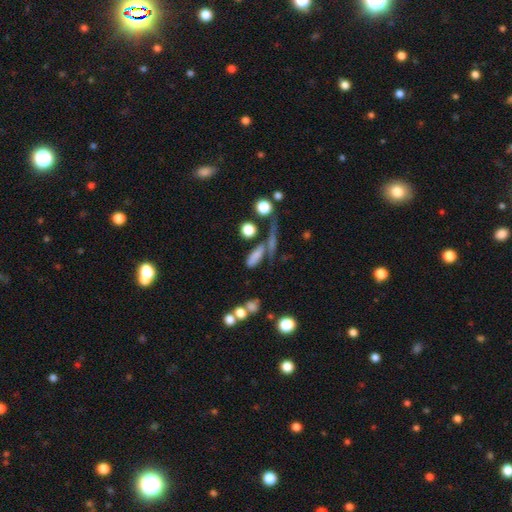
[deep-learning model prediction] This appears to be a smooth galaxy with no disk features (75%) that is in between round and cigar-shaped (55%). Merging: none (54%).